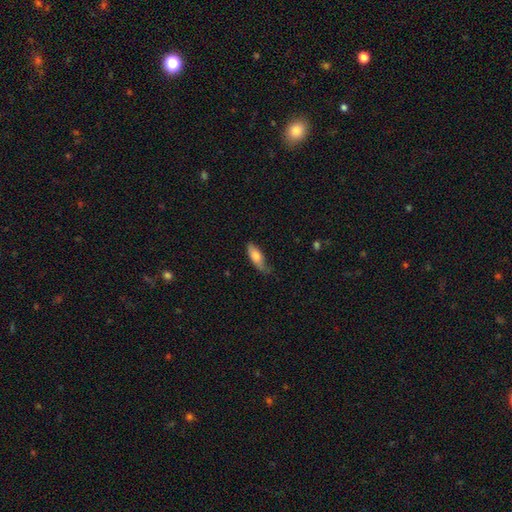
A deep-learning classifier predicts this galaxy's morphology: Smooth or featured?
  - smooth: 72% *
  - featured or disk: 22%
  - star or artifact: 6%
How rounded?
  - in between: 70% *
  - cigar-shaped: 28%
  - round: 2%
Merging?
  - none: 52% *
  - minor disturbance: 36%
  - major disturbance: 11%
  - merger: 2%